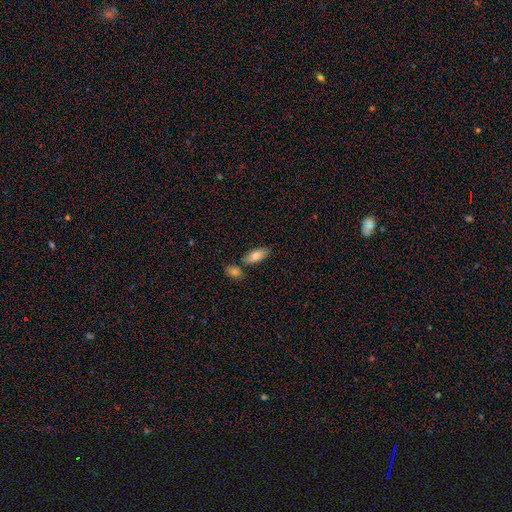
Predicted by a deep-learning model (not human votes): Smooth or featured? Predicted: smooth (p=0.77). How rounded? Predicted: in between (p=0.83). Merging? Predicted: none (p=0.68).